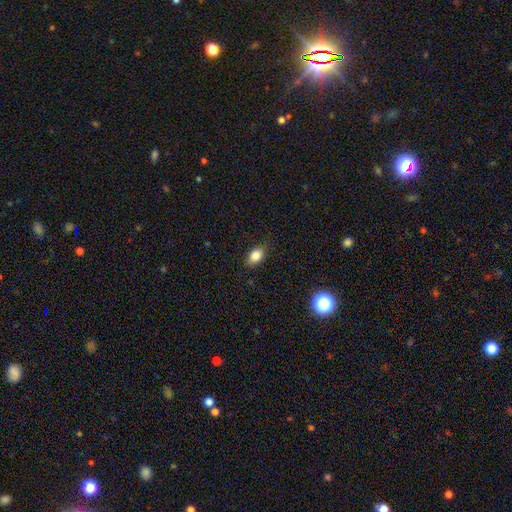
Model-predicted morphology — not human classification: Overall: smooth (83%). How rounded: in between (81%). Merging: none (81%).